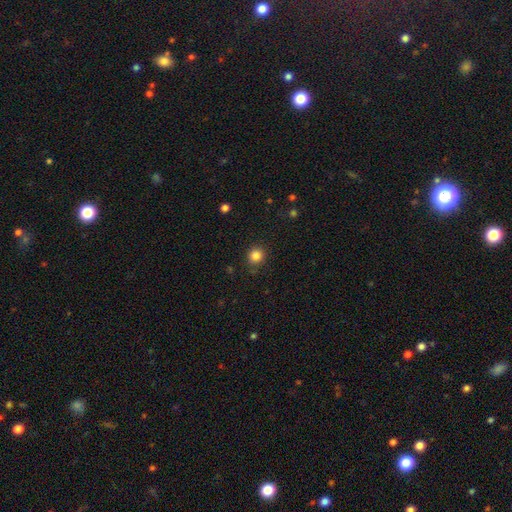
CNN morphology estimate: smooth_or_featured: smooth (p=0.85) [alt: star or artifact p=0.11]
how_rounded: round (p=0.90) [alt: in between p=0.09]
merging: none (p=0.86) [alt: minor disturbance p=0.10]